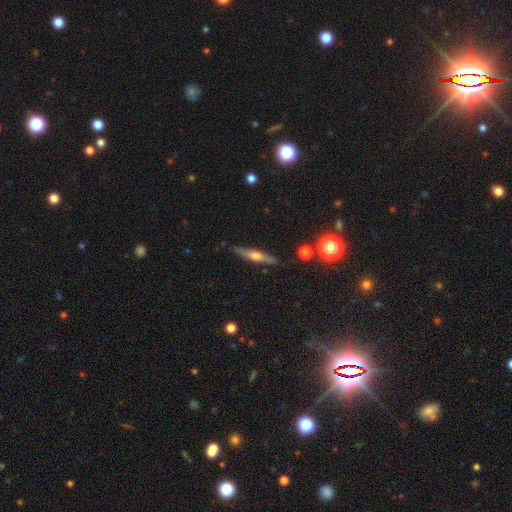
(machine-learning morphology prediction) Smooth or featured? featured or disk (59%)
Edge-on disk? yes (95%)
Edge-on bulge? rounded (82%)
Merging? none (86%)